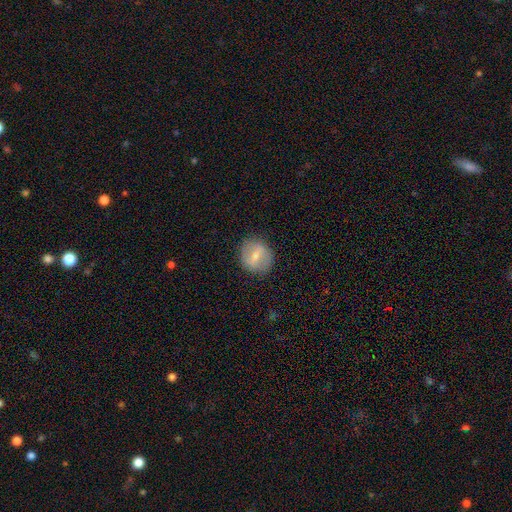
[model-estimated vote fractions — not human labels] A smooth galaxy with no disk features (49%). Merging: none (84%).